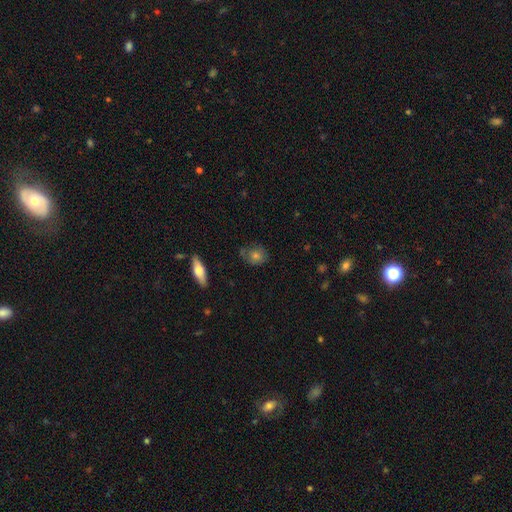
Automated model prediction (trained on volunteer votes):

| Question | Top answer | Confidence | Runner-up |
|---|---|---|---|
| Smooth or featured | smooth | 60% | featured or disk (27%) |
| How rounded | round | 69% | in between (28%) |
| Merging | none | 72% | minor disturbance (20%) |